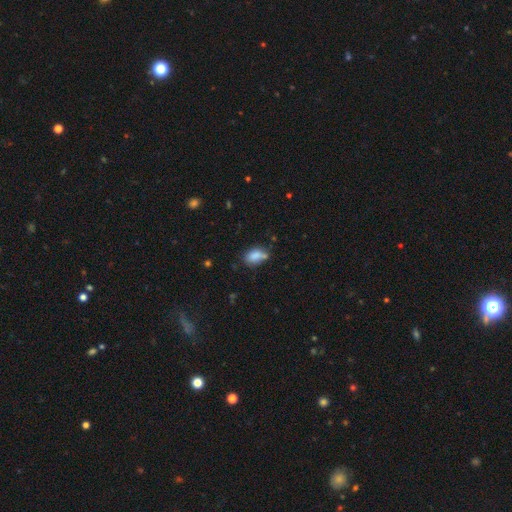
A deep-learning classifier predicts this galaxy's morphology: A smooth galaxy with no disk features (81%) that is in between round and cigar-shaped (86%). Merging: none (49%).